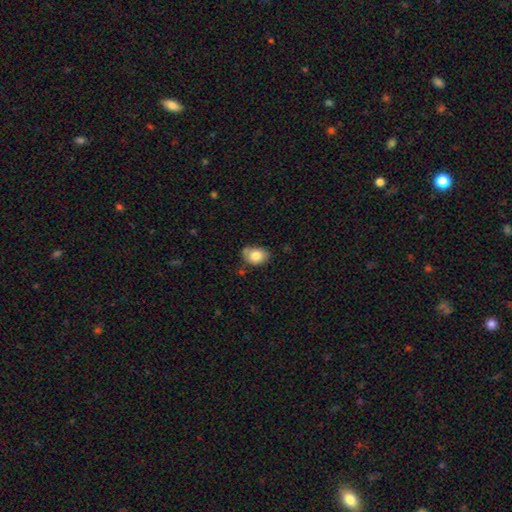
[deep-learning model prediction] This is clearly a smooth galaxy (81%). How rounded: likely in between (71%). Merging: likely none (63%).